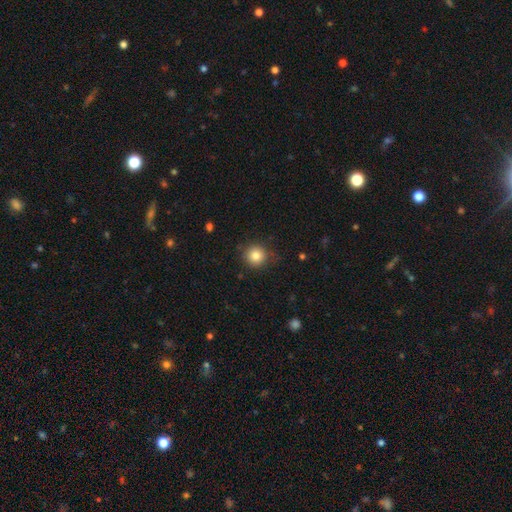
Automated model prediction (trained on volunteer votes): This is clearly a smooth galaxy (82%). How rounded: clearly round (93%). Merging: clearly none (82%).